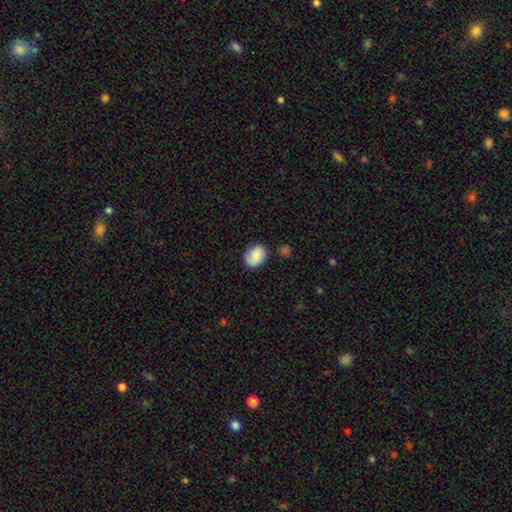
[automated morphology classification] Smooth or featured?
  - smooth: 71% *
  - featured or disk: 21%
  - star or artifact: 8%
How rounded?
  - in between: 65% *
  - round: 34%
  - cigar-shaped: 1%
Merging?
  - none: 73% *
  - minor disturbance: 19%
  - major disturbance: 5%
  - merger: 3%